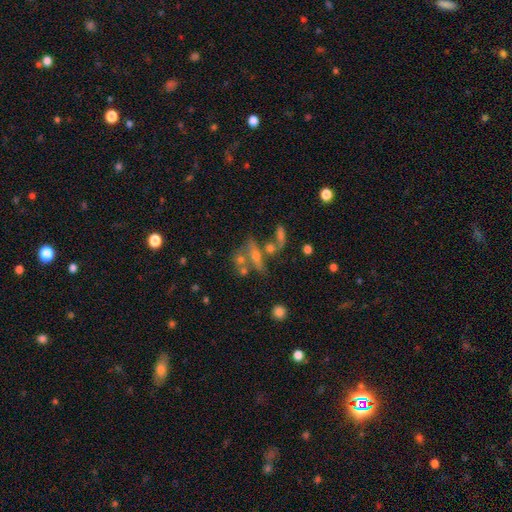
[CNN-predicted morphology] A featured or disk galaxy (48%).

Vote fractions:
- Smooth or featured? featured or disk: 48% / smooth: 30% / star or artifact: 22%
- Merging? none: 40% / merger: 34% / major disturbance: 14% / minor disturbance: 13%